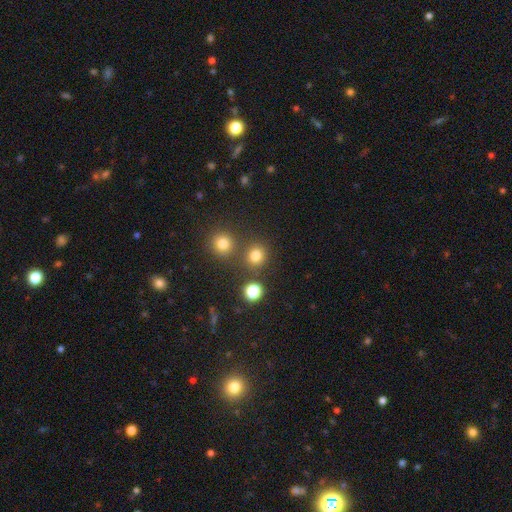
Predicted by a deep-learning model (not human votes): Q: Smooth or featured?
A: smooth (77%); runner-up: star or artifact (18%)
Q: How rounded?
A: round (88%); runner-up: in between (11%)
Q: Merging?
A: none (78%); runner-up: merger (11%)